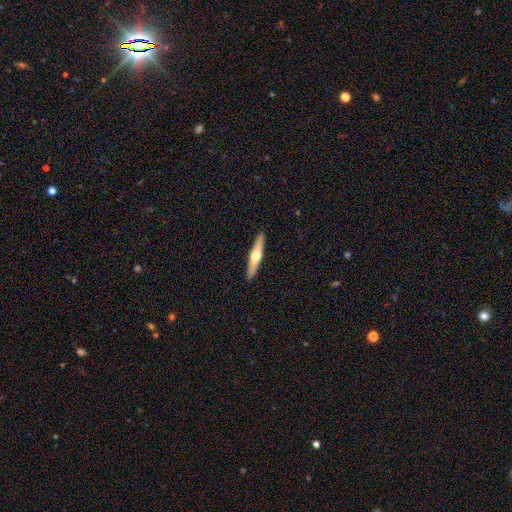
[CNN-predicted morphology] A featured or disk galaxy (63%) viewed edge-on (96%) with a rounded central bulge (94%).

Vote fractions:
- Smooth or featured? featured or disk: 63% / smooth: 32% / star or artifact: 5%
- Edge-on disk? yes: 96% / no: 4%
- Edge-on bulge? rounded: 94% / none: 3% / boxy: 3%
- Merging? none: 92% / minor disturbance: 6% / major disturbance: 1% / merger: 1%